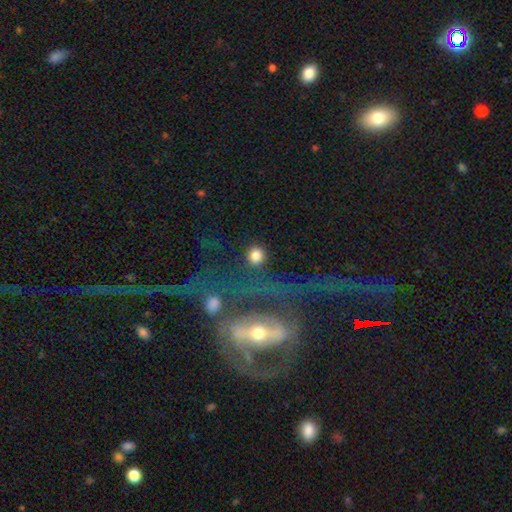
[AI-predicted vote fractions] smooth 83%, star or artifact 11%, featured or disk 7%. Down the decision tree: how rounded — round (92%); merging — none (84%).